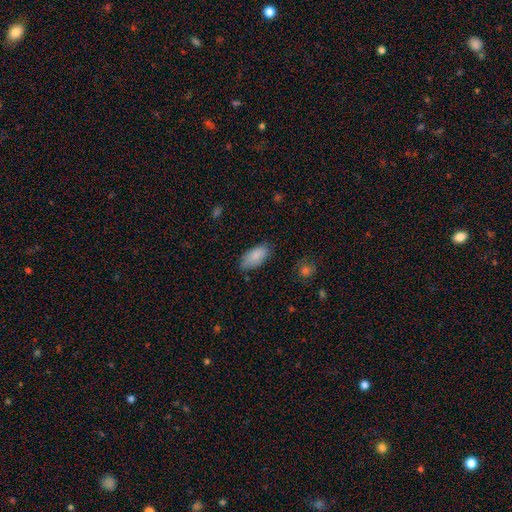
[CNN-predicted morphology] The model was most divided on "merging": none: 76%, minor disturbance: 19%, major disturbance: 4%, merger: 2%. More confident: how rounded — in between (91%); smooth or featured — smooth (87%).